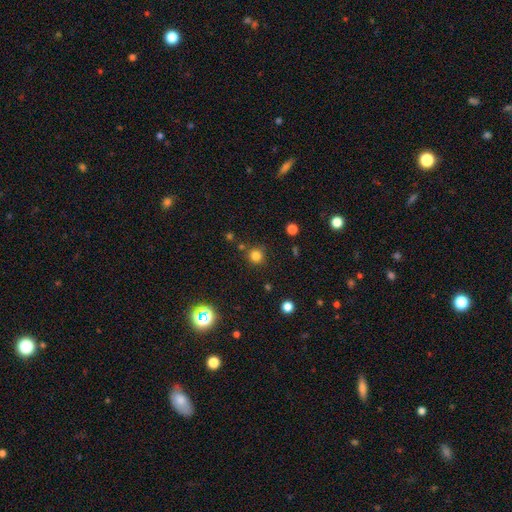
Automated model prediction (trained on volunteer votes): This is likely a smooth galaxy (80%). How rounded: clearly round (94%). Merging: clearly none (84%).